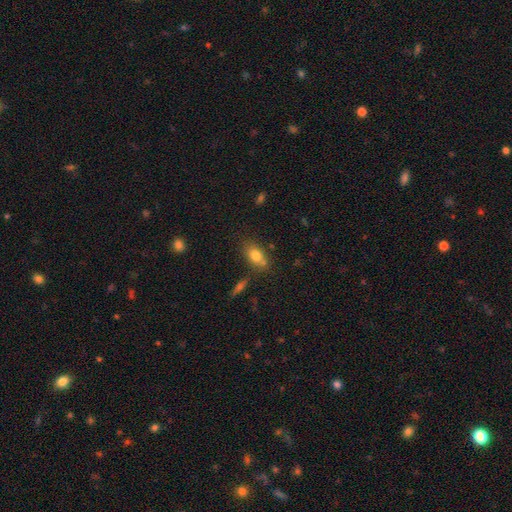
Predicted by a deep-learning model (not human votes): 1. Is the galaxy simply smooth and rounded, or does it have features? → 78% smooth, 13% featured or disk, 10% star or artifact.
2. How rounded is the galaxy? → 80% in between, 15% round, 5% cigar-shaped.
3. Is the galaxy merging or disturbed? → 65% none, 17% minor disturbance, 13% merger, 5% major disturbance.